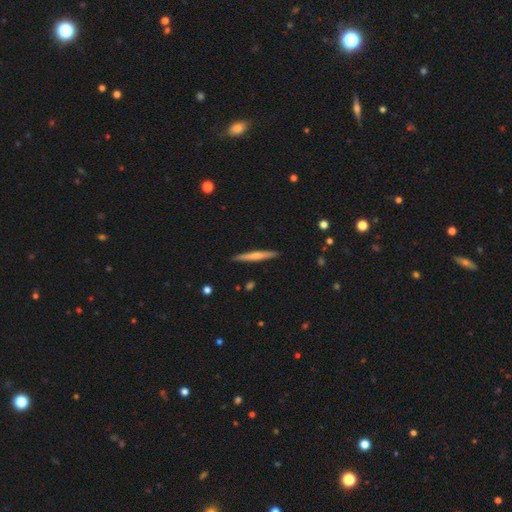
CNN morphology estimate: A smooth galaxy with no disk features (51%) that is cigar-shaped (95%). Merging: none (90%).